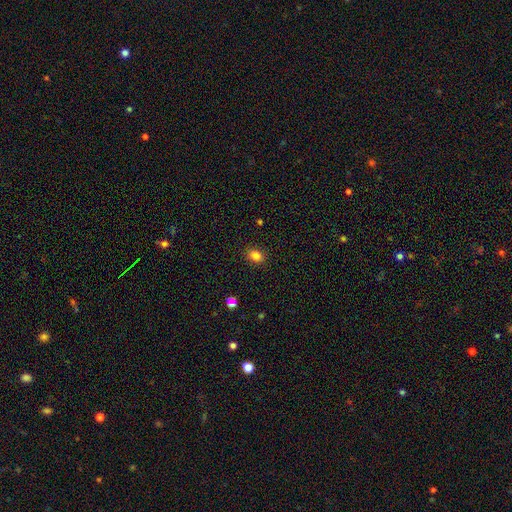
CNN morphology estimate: type=smooth (84%); roundness=in between (73%); merging=none (88%).